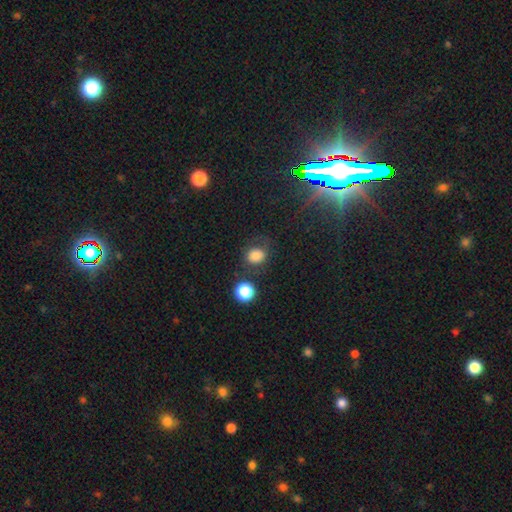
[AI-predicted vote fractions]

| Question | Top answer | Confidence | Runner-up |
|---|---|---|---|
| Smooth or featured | smooth | 80% | star or artifact (14%) |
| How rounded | round | 68% | in between (31%) |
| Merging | none | 68% | minor disturbance (17%) |